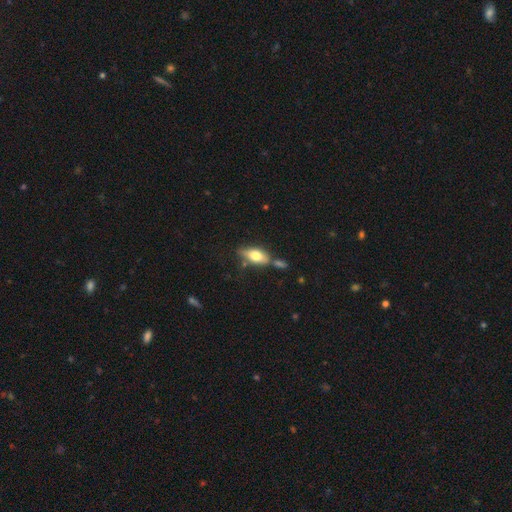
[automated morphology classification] type=smooth (62%); roundness=in between (79%); merging=none (61%).